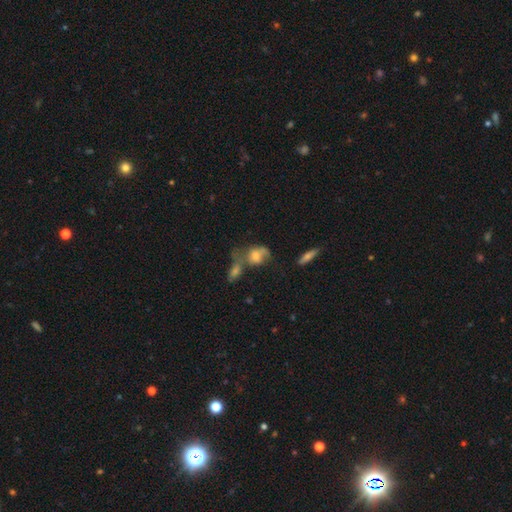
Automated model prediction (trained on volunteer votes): Morphology: type=smooth (59%); roundness=in between (72%); merging=merger (40%).